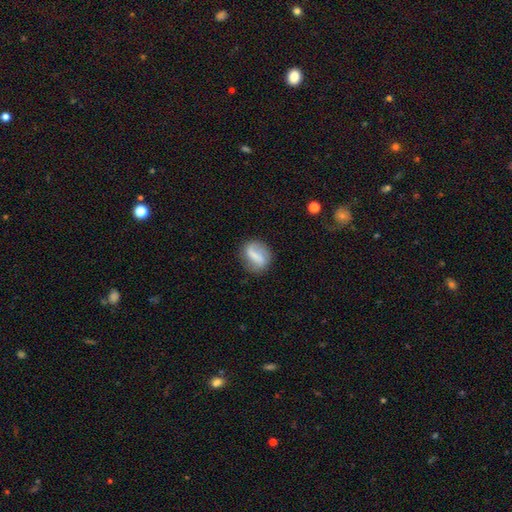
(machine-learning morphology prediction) smooth-or-featured: smooth: 48% | featured or disk: 44% | star or artifact: 8%
  merging: none: 71% | minor disturbance: 19% | major disturbance: 8% | merger: 2%